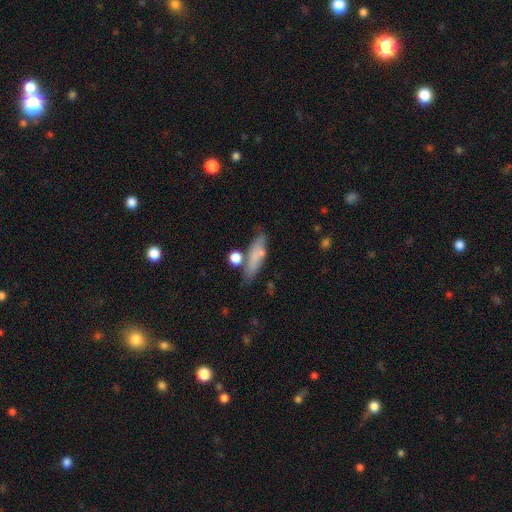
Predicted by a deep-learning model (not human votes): The model was most divided on "how rounded": cigar-shaped: 54%, in between: 42%, round: 5%. More confident: smooth or featured — smooth (70%); merging — none (65%).